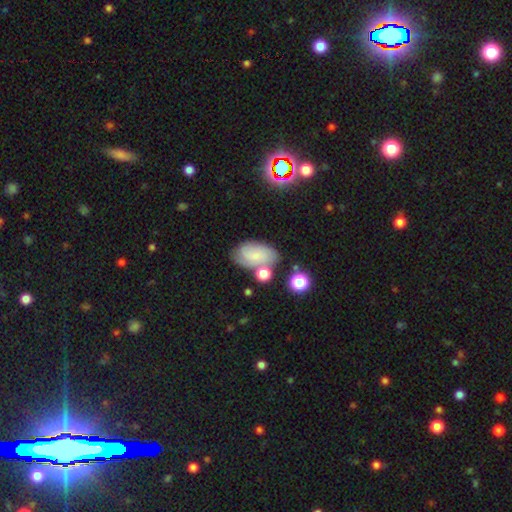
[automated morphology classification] This appears to be a smooth galaxy with no disk features (54%) that is in between round and cigar-shaped (88%). Merging: none (57%).